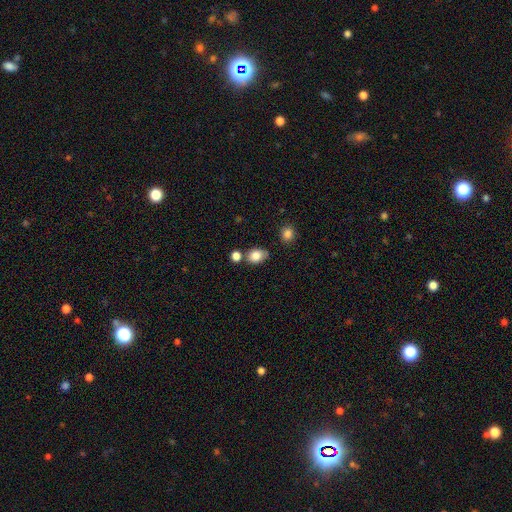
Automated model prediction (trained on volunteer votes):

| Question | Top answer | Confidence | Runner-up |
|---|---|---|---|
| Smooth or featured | smooth | 83% | star or artifact (9%) |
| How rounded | in between | 63% | round (36%) |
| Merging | none | 61% | minor disturbance (19%) |